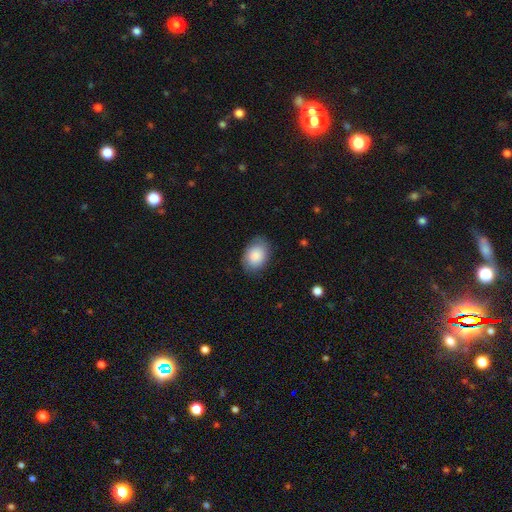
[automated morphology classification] This appears to be a smooth galaxy with no disk features (87%) that is in between round and cigar-shaped (78%). Merging: none (80%).